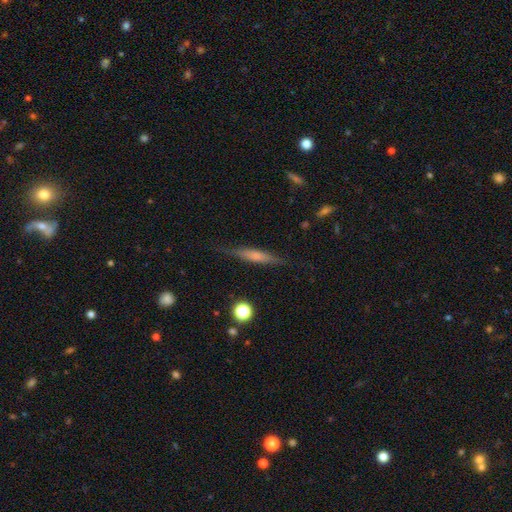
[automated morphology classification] A smooth galaxy with no disk features (48%).

Vote fractions:
- Smooth or featured? smooth: 48% / featured or disk: 44% / star or artifact: 8%
- Merging? none: 81% / minor disturbance: 13% / major disturbance: 4% / merger: 2%